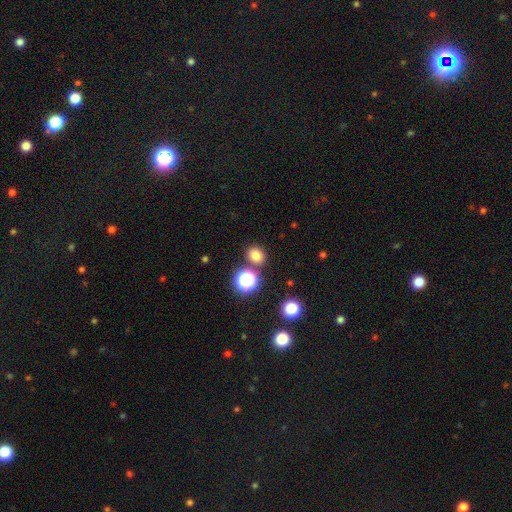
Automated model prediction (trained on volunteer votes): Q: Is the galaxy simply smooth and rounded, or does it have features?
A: smooth — 76%.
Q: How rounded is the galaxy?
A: round — 65%.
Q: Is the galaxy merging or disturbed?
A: none — 80%.